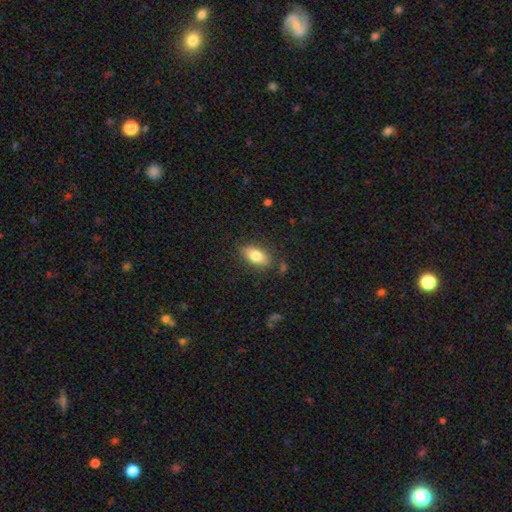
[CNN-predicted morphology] Smooth or featured?
  - smooth: 78% *
  - featured or disk: 14%
  - star or artifact: 7%
How rounded?
  - in between: 88% *
  - cigar-shaped: 7%
  - round: 6%
Merging?
  - none: 82% *
  - minor disturbance: 13%
  - major disturbance: 3%
  - merger: 2%